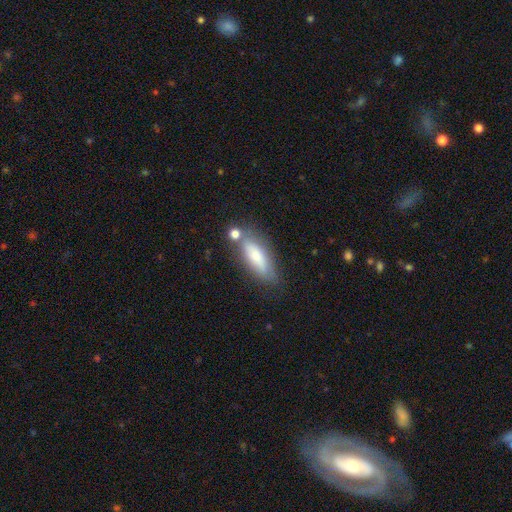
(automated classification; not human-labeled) smooth-or-featured: smooth: 69% | featured or disk: 24% | star or artifact: 7%
  how-rounded: in between: 55% | cigar-shaped: 43% | round: 2%
  merging: none: 68% | minor disturbance: 17% | merger: 10% | major disturbance: 5%